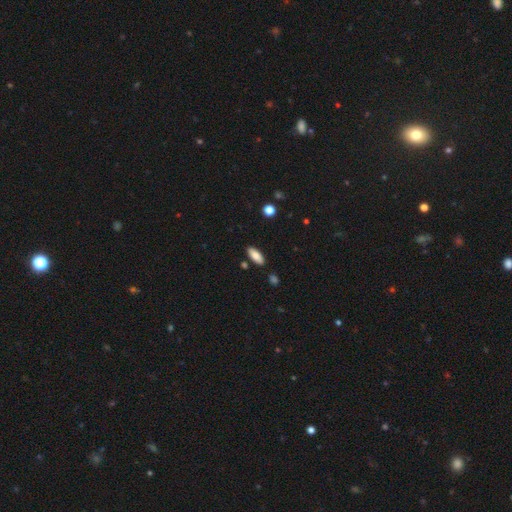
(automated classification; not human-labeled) smooth-or-featured: smooth: 85% | featured or disk: 8% | star or artifact: 7%
  how-rounded: in between: 78% | cigar-shaped: 20% | round: 2%
  merging: none: 85% | minor disturbance: 10% | merger: 3% | major disturbance: 2%